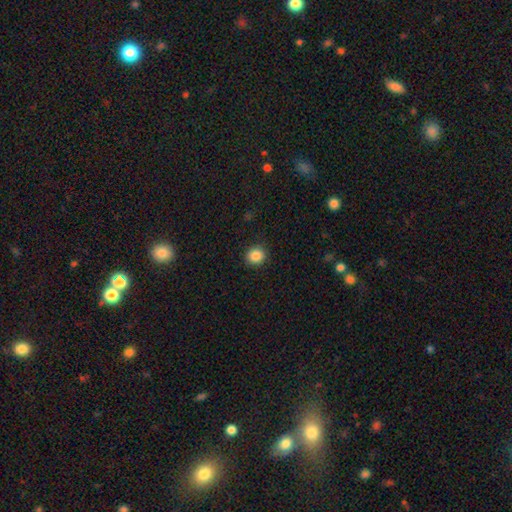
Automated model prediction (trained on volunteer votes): smooth_or_featured: smooth (p=0.86) [alt: star or artifact p=0.10]
how_rounded: round (p=0.86) [alt: in between p=0.13]
merging: none (p=0.91) [alt: minor disturbance p=0.06]